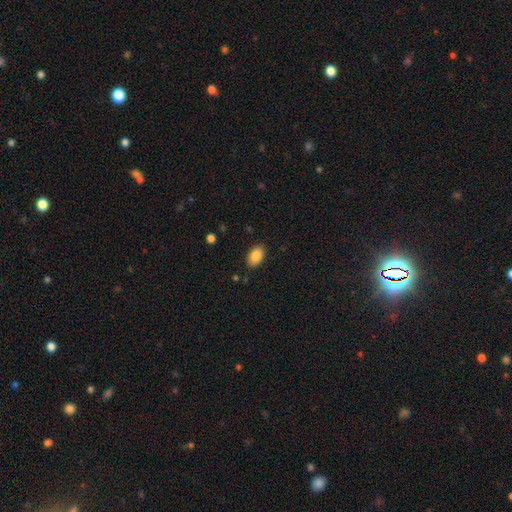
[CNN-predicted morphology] smooth_or_featured: smooth (p=0.87) [alt: star or artifact p=0.08]
how_rounded: in between (p=0.92) [alt: round p=0.07]
merging: none (p=0.87) [alt: minor disturbance p=0.09]